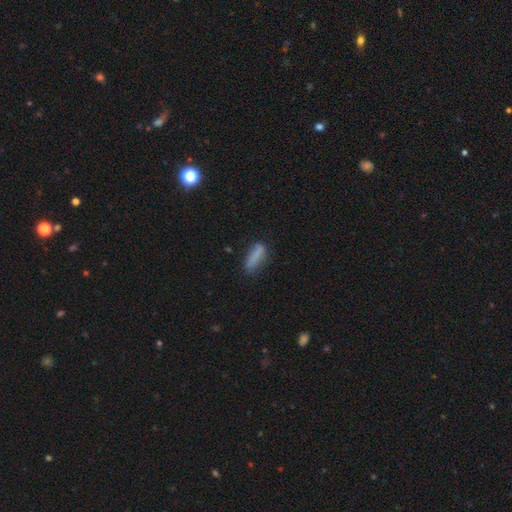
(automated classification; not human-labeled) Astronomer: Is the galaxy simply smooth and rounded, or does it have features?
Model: smooth — 77%.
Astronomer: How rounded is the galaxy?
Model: cigar-shaped — 51% (runner-up: in between, 46%).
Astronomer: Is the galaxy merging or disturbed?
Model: none — 63%.